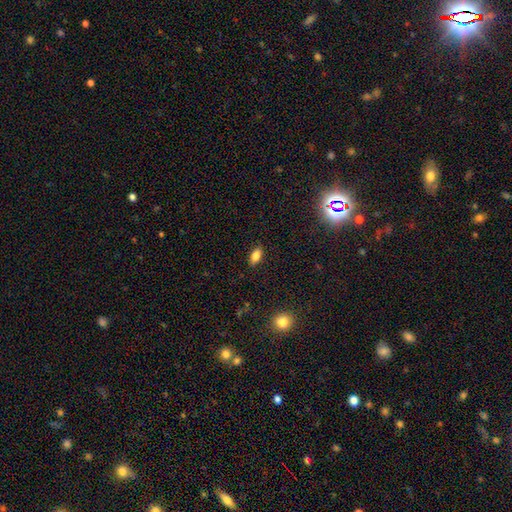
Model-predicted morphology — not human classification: Q: Smooth or featured?
A: smooth (83%); runner-up: star or artifact (10%)
Q: How rounded?
A: in between (88%); runner-up: cigar-shaped (8%)
Q: Merging?
A: none (87%); runner-up: minor disturbance (10%)